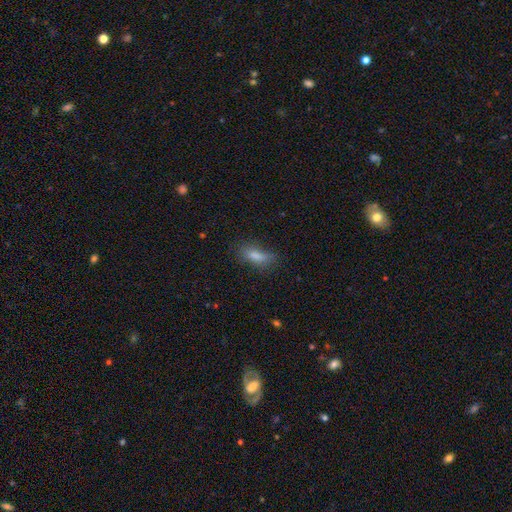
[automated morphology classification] The model was most divided on "how rounded": in between: 60%, cigar-shaped: 36%, round: 4%. More confident: smooth or featured — smooth (74%); merging — none (69%).